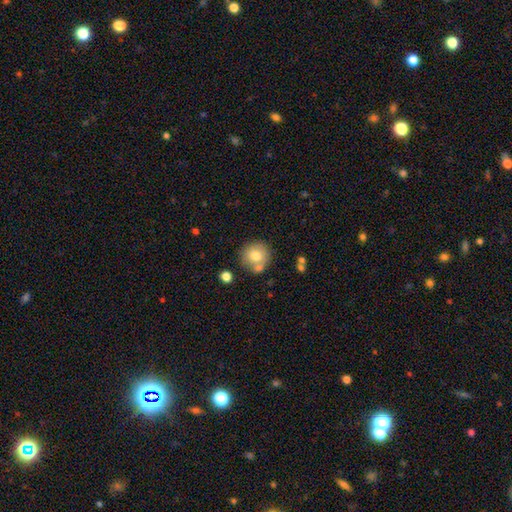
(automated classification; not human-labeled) smooth 75%, featured or disk 15%, star or artifact 10%. Down the decision tree: how rounded — round (93%); merging — none (70%).